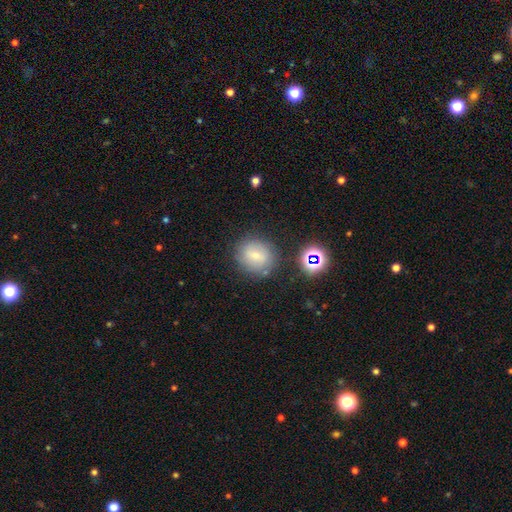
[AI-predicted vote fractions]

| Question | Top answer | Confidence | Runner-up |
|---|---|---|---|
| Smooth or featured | smooth | 71% | featured or disk (16%) |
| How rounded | round | 73% | in between (26%) |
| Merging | none | 75% | minor disturbance (15%) |